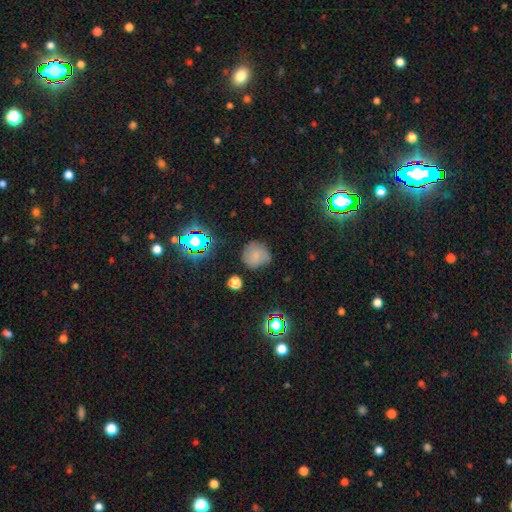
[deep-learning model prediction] This is likely a smooth galaxy (70%). How rounded: clearly round (89%). Merging: likely none (73%).